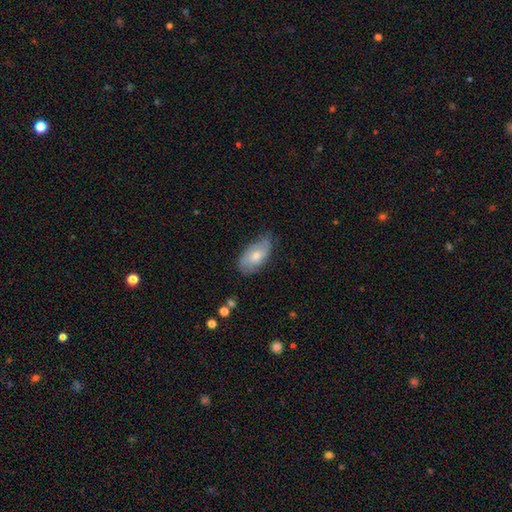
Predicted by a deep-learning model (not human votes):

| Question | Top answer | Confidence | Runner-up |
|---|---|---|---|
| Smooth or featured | smooth | 59% | featured or disk (35%) |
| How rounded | in between | 93% | round (4%) |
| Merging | none | 63% | minor disturbance (29%) |